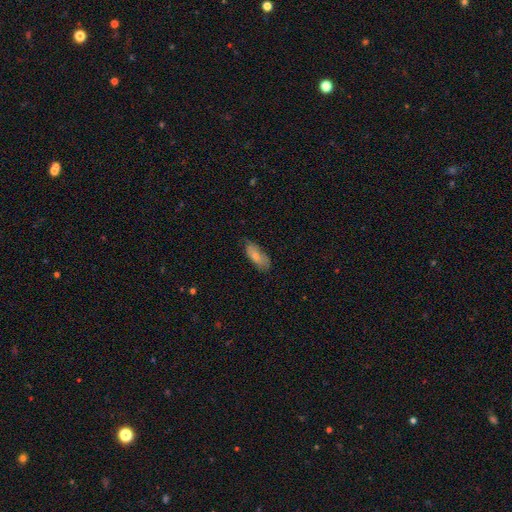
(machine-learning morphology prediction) Overall: smooth (71%). How rounded: in between (82%). Merging: none (66%; minor disturbance 27%).